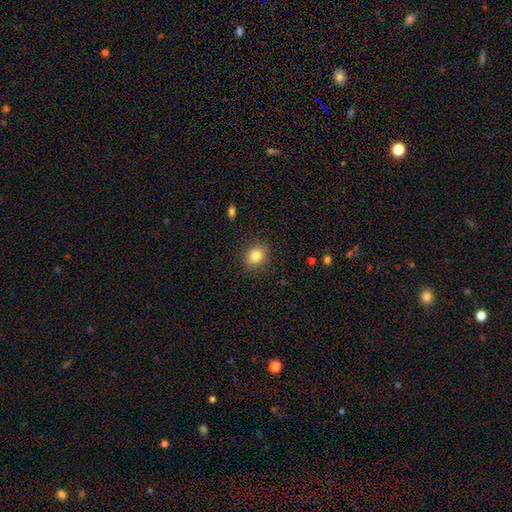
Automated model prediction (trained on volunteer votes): Morphology: type=smooth (83%); roundness=round (57%); merging=none (87%).